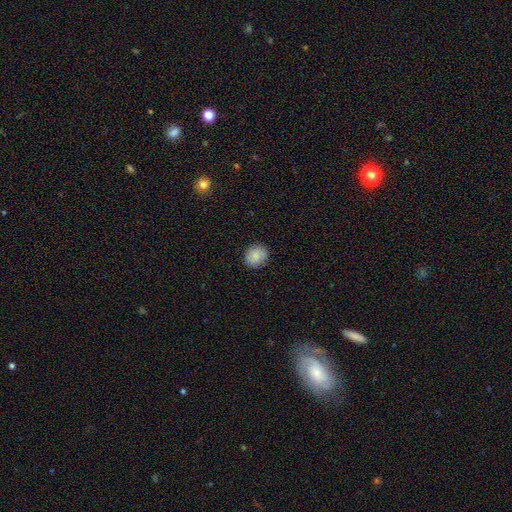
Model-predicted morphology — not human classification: Smooth or featured: smooth — 84% (featured or disk — 8%)
How rounded: round — 71% (in between — 28%)
Merging: none — 87% (minor disturbance — 9%)